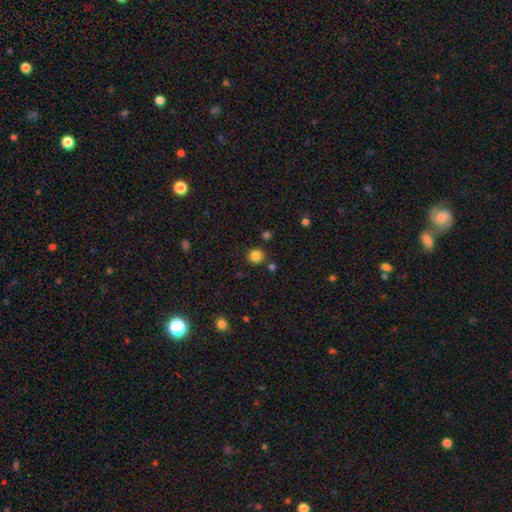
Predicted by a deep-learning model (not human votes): Smooth or featured? smooth (84%)
How rounded? round (91%)
Merging? none (85%)